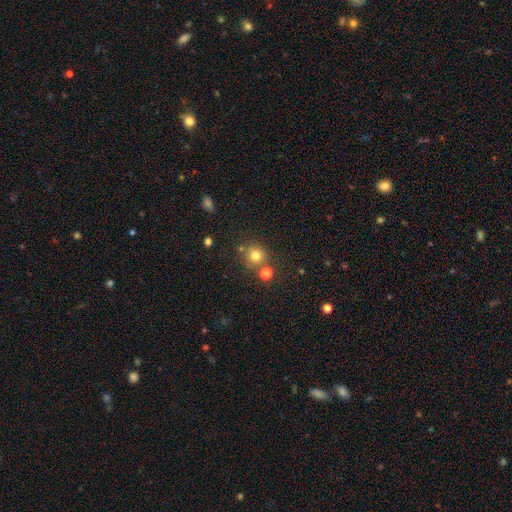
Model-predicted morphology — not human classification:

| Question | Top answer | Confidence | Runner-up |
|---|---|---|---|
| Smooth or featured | smooth | 76% | star or artifact (16%) |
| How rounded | round | 91% | in between (8%) |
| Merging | none | 73% | merger (14%) |